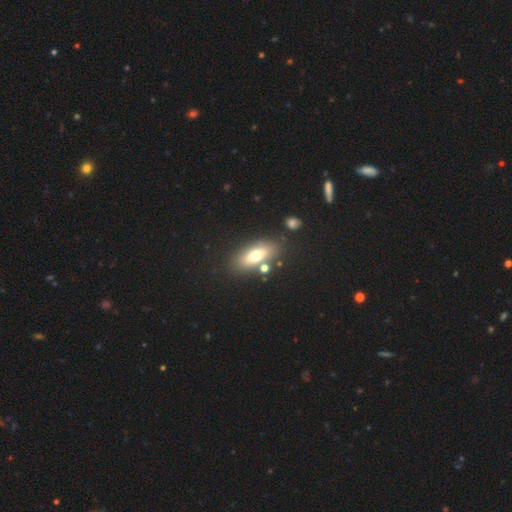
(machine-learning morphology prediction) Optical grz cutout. It shows a smooth galaxy with no disk features (63%) that is in between round and cigar-shaped (77%). Merging: none (78%).